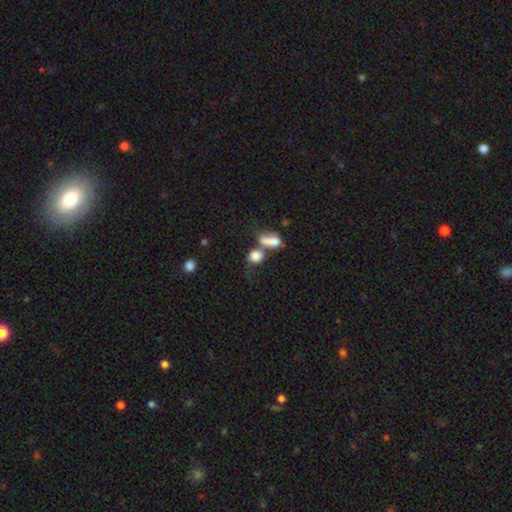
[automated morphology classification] smooth 77%, featured or disk 13%, star or artifact 10%. Down the decision tree: how rounded — round (53%); merging — merger (55%).